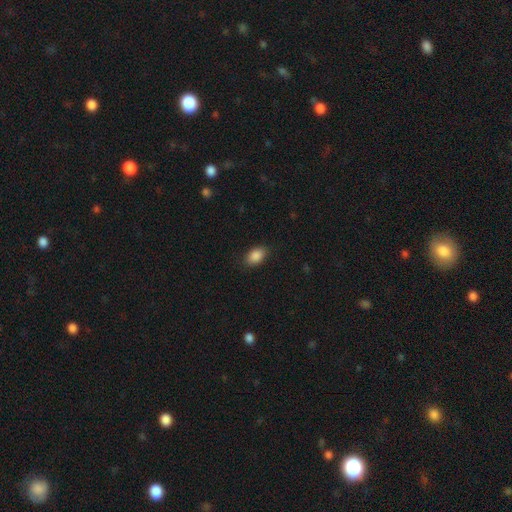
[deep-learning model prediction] Q: Smooth or featured?
A: smooth (88%); runner-up: star or artifact (8%)
Q: How rounded?
A: in between (86%); runner-up: round (12%)
Q: Merging?
A: none (85%); runner-up: minor disturbance (11%)